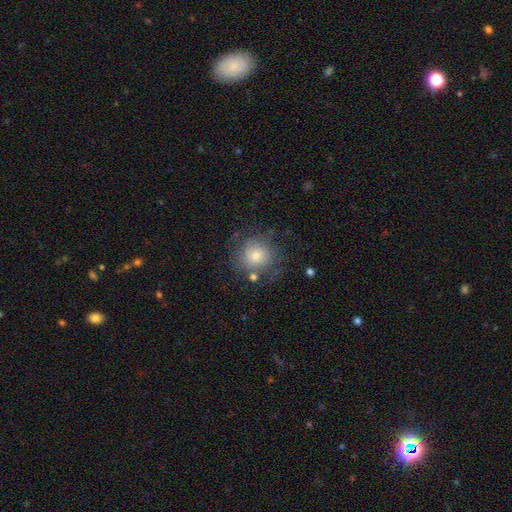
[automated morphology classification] Q: Smooth or featured?
A: smooth (65%); runner-up: featured or disk (23%)
Q: How rounded?
A: round (87%); runner-up: in between (12%)
Q: Merging?
A: none (71%); runner-up: minor disturbance (17%)